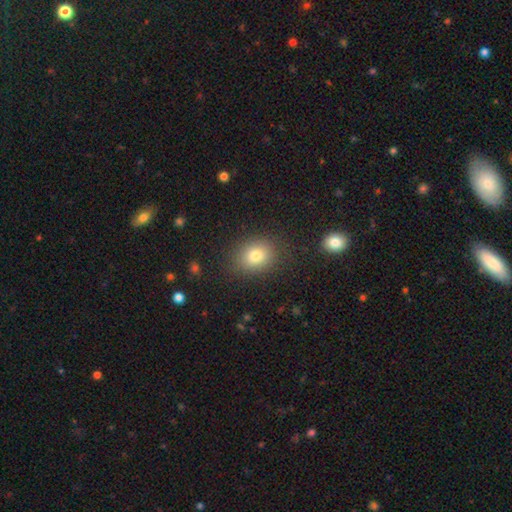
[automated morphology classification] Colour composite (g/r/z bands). It shows a smooth galaxy with no disk features (79%) that is round (54%). Merging: none (84%).